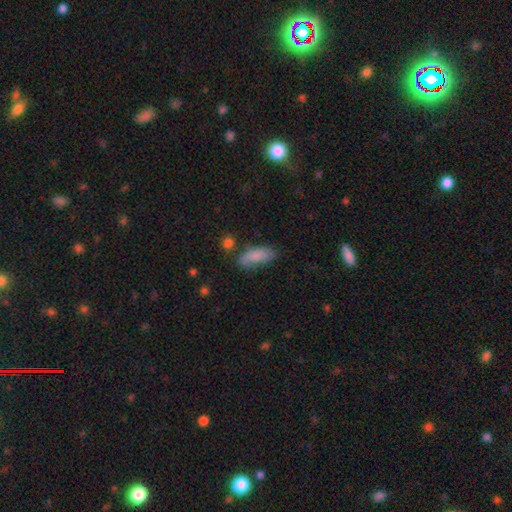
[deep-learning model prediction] This is clearly a smooth galaxy (83%). How rounded: likely in between (79%). Merging: likely none (62%).